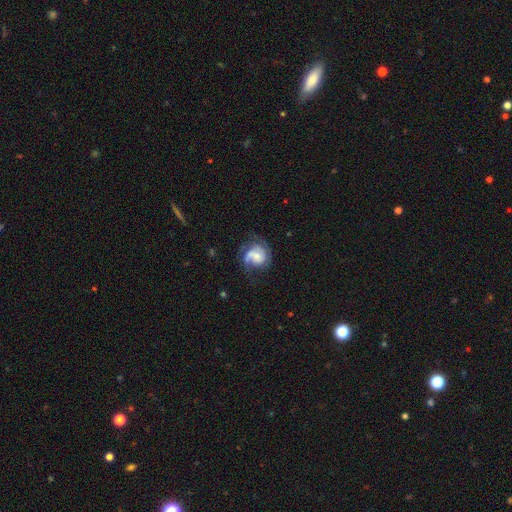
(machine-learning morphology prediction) Smooth or featured: featured or disk — 69% (smooth — 23%)
Edge-on disk: no — 98% (yes — 2%)
Bar: no — 62% (weak — 31%)
Spiral arms: yes — 90% (no — 10%)
Spiral winding: medium — 42% (tight — 31%)
Spiral arm count: 2 — 38% (1 — 27%)
Bulge size: small — 39% (moderate — 33%)
Merging: none — 52% (major disturbance — 23%)